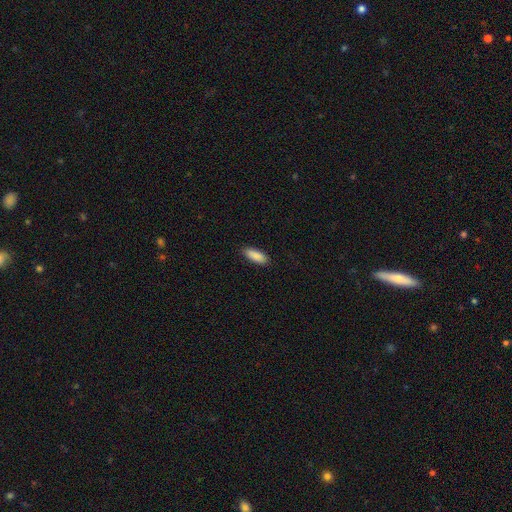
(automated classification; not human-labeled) Smooth or featured? Predicted: smooth (p=0.89). How rounded? Predicted: in between (p=0.67). Merging? Predicted: none (p=0.88).